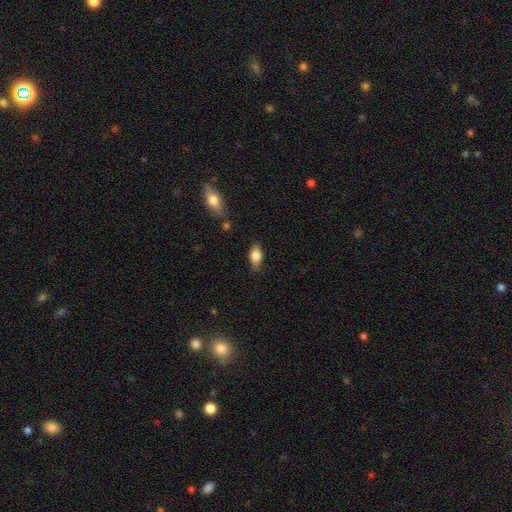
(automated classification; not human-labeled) smooth 76%, featured or disk 17%, star or artifact 7%. Down the decision tree: how rounded — in between (85%); merging — none (81%).